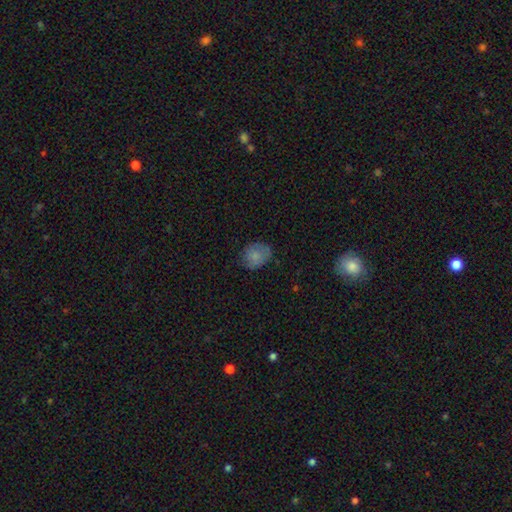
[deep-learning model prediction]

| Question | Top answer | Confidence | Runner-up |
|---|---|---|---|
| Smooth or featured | smooth | 78% | featured or disk (14%) |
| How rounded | round | 54% | in between (45%) |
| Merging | none | 69% | minor disturbance (24%) |